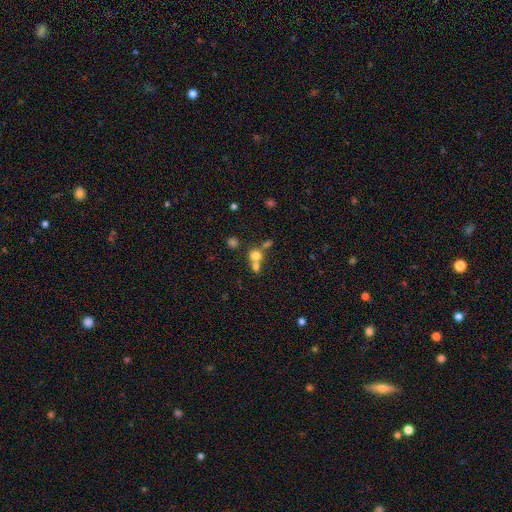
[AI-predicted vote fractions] A smooth galaxy with no disk features (72%) that is round (79%).

Vote fractions:
- Smooth or featured? smooth: 72% / star or artifact: 15% / featured or disk: 14%
- How rounded? round: 79% / in between: 19% / cigar-shaped: 1%
- Merging? merger: 57% / none: 34% / minor disturbance: 6% / major disturbance: 4%